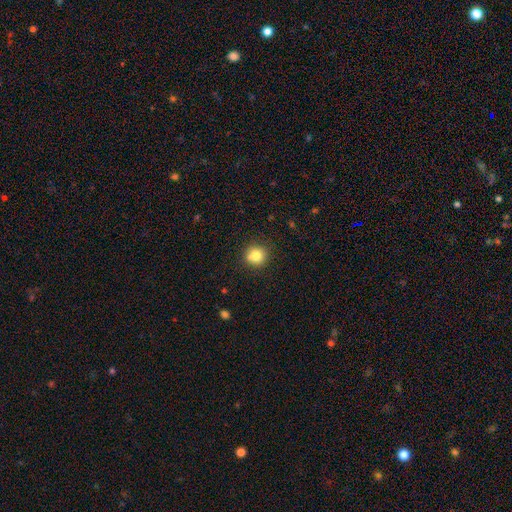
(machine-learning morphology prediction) A smooth galaxy with no disk features (81%) that is round (89%).

Vote fractions:
- Smooth or featured? smooth: 81% / star or artifact: 11% / featured or disk: 8%
- How rounded? round: 89% / in between: 10% / cigar-shaped: 1%
- Merging? none: 84% / minor disturbance: 10% / merger: 3% / major disturbance: 3%